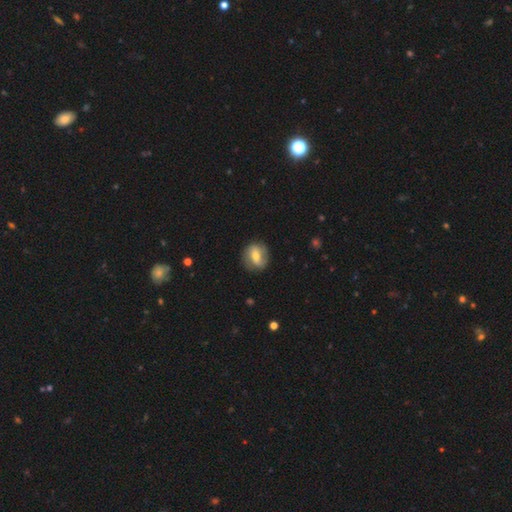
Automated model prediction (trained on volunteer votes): Smooth or featured? featured or disk (50%)
Edge-on disk? no (93%)
Merging? none (80%)